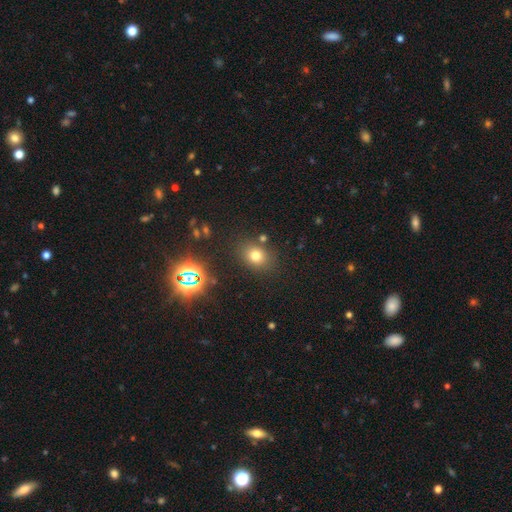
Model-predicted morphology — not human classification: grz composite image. It shows a smooth galaxy with no disk features (72%) that is round (58%). Merging: none (80%).